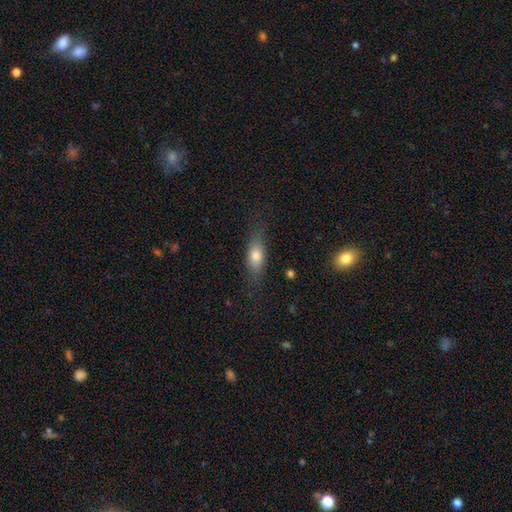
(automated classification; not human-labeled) This appears to be a smooth galaxy with no disk features (71%) that is in between round and cigar-shaped (68%). Merging: none (76%).